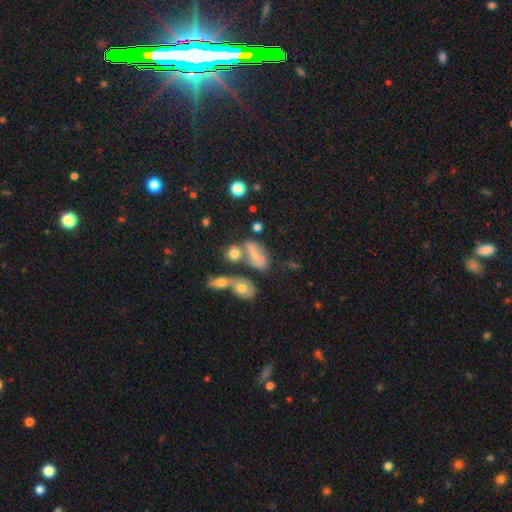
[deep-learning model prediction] A smooth galaxy with no disk features (56%) that is in between round and cigar-shaped (80%). Merging: merger (37%).